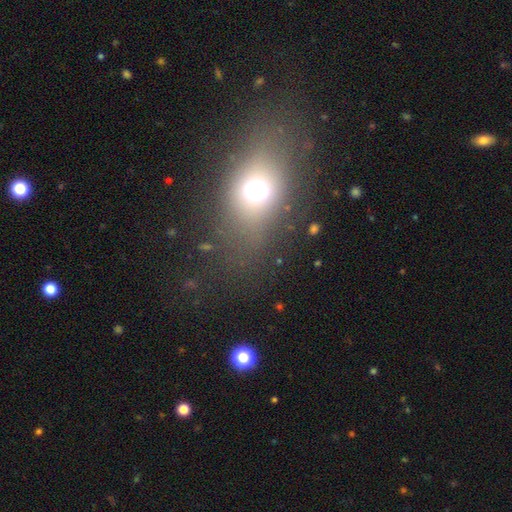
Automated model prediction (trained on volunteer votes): A smooth galaxy with no disk features (56%) that is in between round and cigar-shaped (67%). Merging: none (77%).